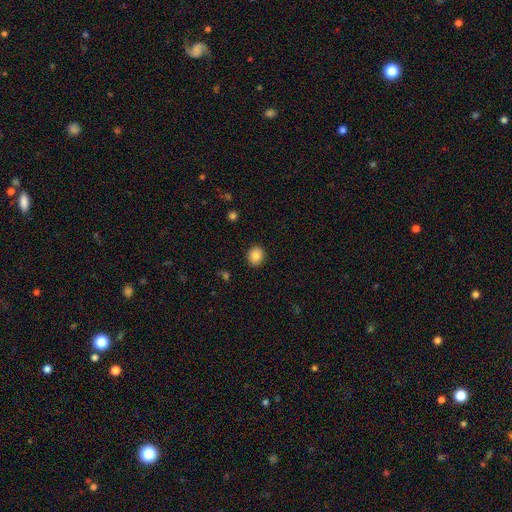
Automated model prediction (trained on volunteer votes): Morphology: type=smooth (85%); roundness=round (74%); merging=none (90%).